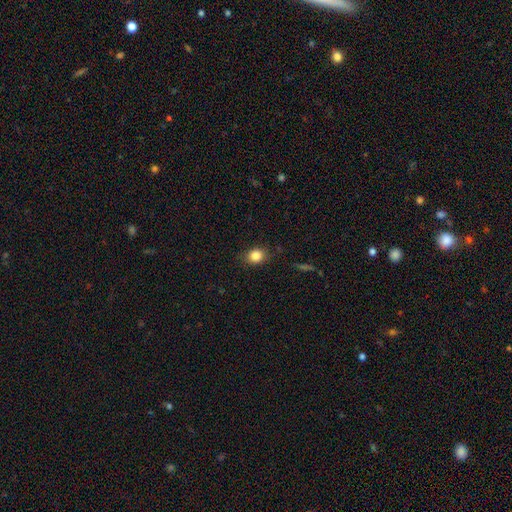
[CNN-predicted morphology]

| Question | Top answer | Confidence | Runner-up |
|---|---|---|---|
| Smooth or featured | smooth | 84% | star or artifact (10%) |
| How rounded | round | 58% | in between (41%) |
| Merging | none | 82% | minor disturbance (14%) |